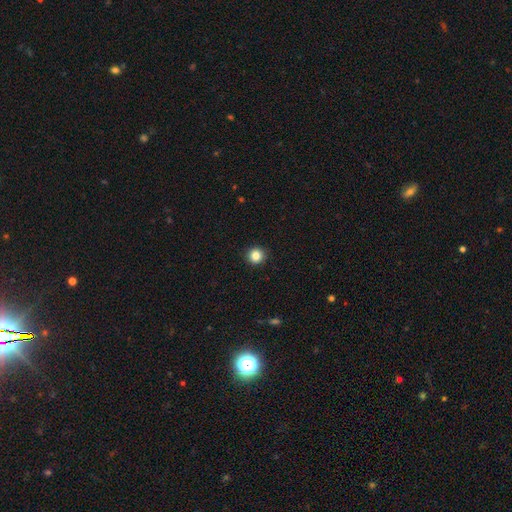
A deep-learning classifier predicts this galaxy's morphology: type=smooth (85%); roundness=round (93%); merging=none (92%).